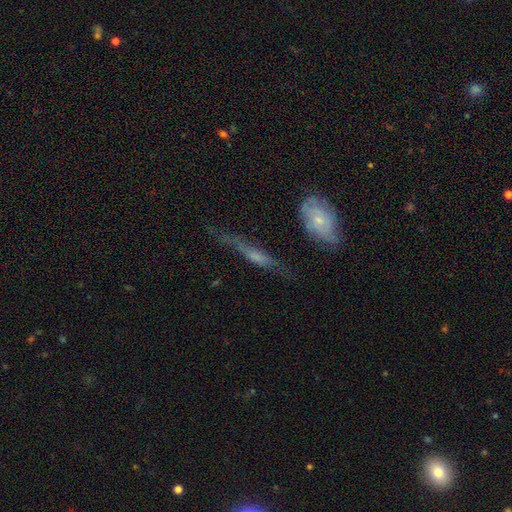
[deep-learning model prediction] This appears to be a featured or disk galaxy (62%) viewed edge-on (73%). Merging: none (51%).